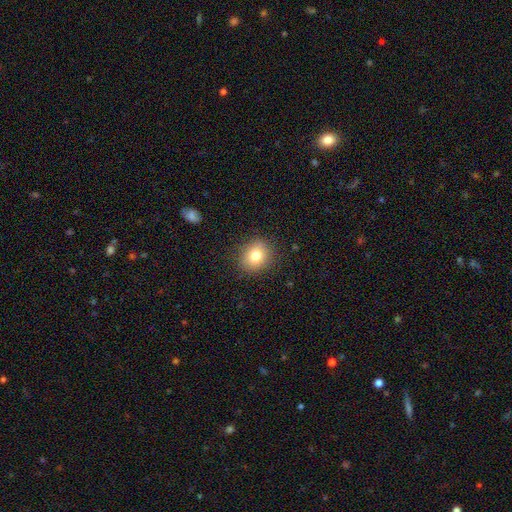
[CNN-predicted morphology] A smooth galaxy with no disk features (79%) that is round (71%). Merging: none (87%).